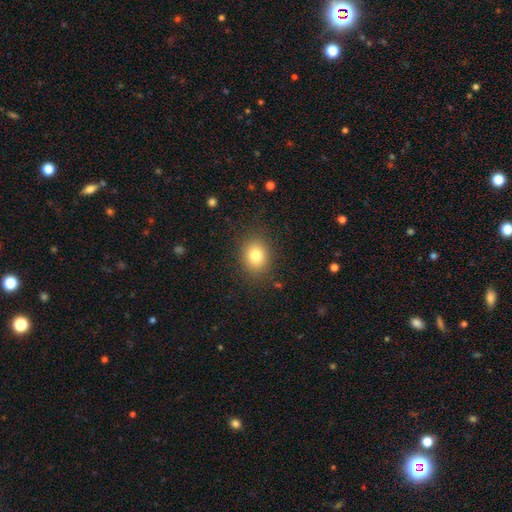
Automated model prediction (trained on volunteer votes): smooth 80%, star or artifact 11%, featured or disk 8%. Down the decision tree: how rounded — round (61%); merging — none (86%).